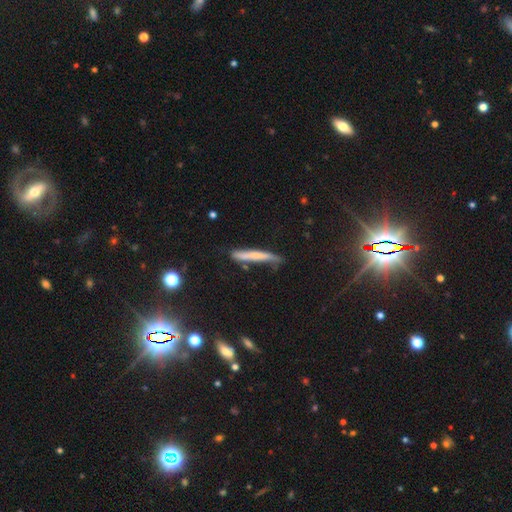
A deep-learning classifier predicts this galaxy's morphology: A smooth galaxy with no disk features (63%) that is cigar-shaped (94%). Merging: none (58%).